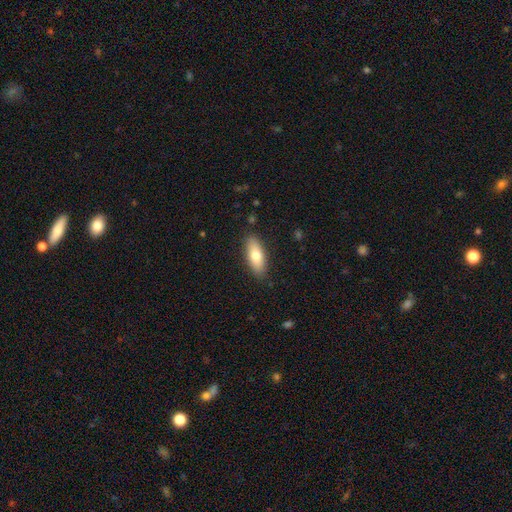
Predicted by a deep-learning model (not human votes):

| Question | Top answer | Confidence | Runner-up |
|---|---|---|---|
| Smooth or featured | smooth | 73% | featured or disk (21%) |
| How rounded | in between | 76% | cigar-shaped (22%) |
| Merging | none | 87% | minor disturbance (9%) |